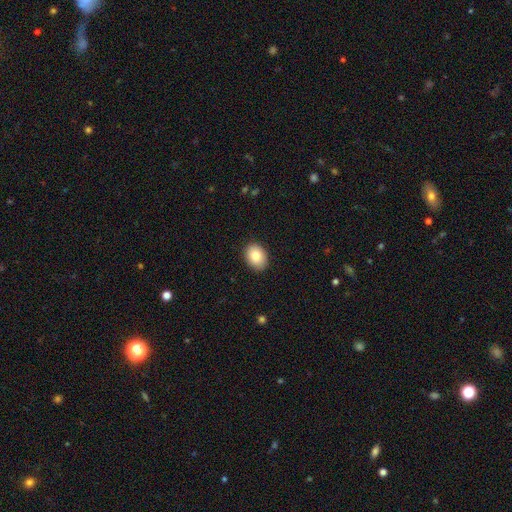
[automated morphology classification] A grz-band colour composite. It shows a smooth galaxy with no disk features (83%) that is in between round and cigar-shaped (66%). Merging: none (89%).